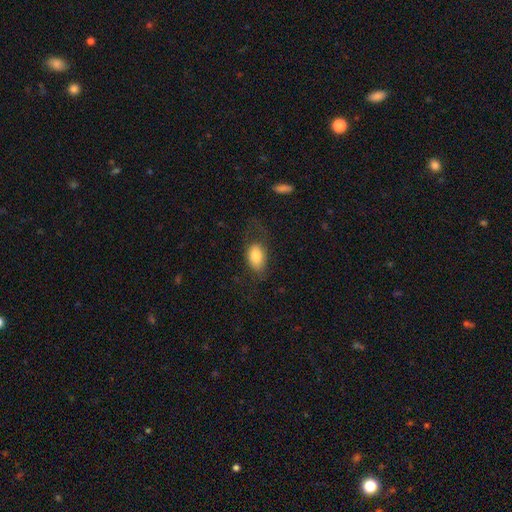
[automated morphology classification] Overall: smooth (78%). How rounded: in between (89%). Merging: none (54%; major disturbance 23%).